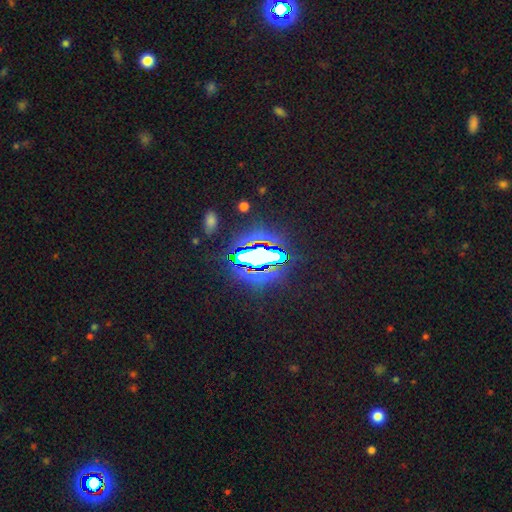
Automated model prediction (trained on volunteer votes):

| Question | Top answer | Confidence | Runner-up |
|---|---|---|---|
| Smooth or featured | star or artifact | 64% | smooth (20%) |